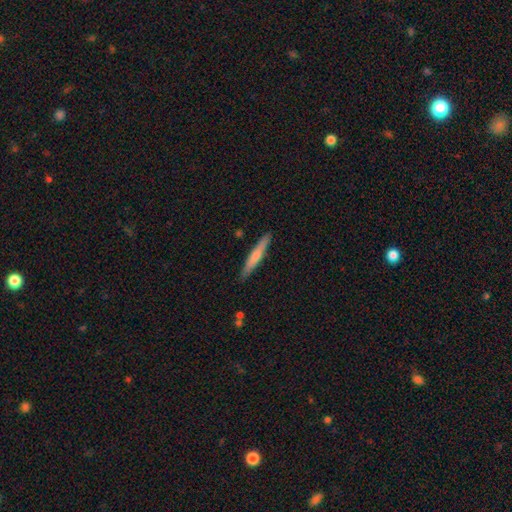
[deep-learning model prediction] Q: Smooth or featured?
A: smooth (61%); runner-up: featured or disk (34%)
Q: How rounded?
A: cigar-shaped (94%); runner-up: in between (4%)
Q: Merging?
A: none (89%); runner-up: minor disturbance (8%)